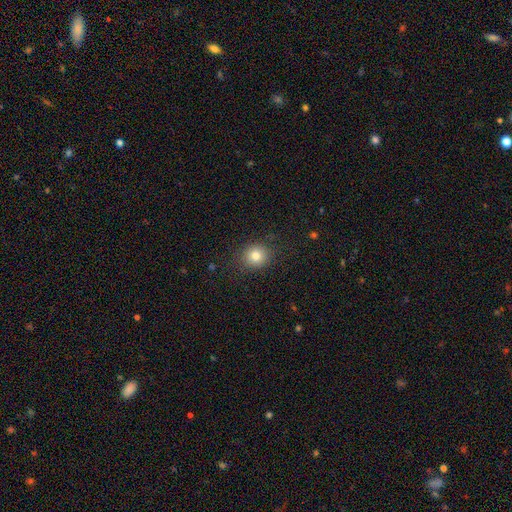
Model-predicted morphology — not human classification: A smooth galaxy with no disk features (80%) that is round (81%). Merging: none (86%).